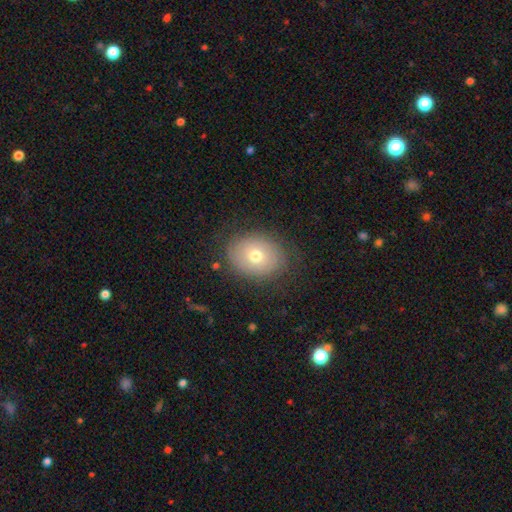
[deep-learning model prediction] This appears to be a smooth galaxy with no disk features (67%) that is in between round and cigar-shaped (53%). Merging: none (81%).